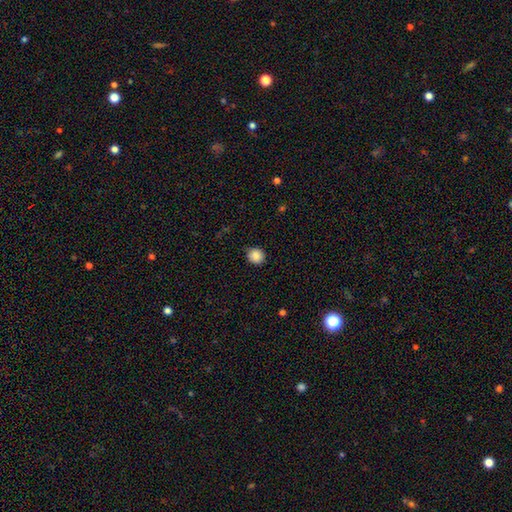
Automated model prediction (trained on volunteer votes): Smooth or featured: smooth — 85% (star or artifact — 10%)
How rounded: round — 88% (in between — 11%)
Merging: none — 85% (minor disturbance — 12%)